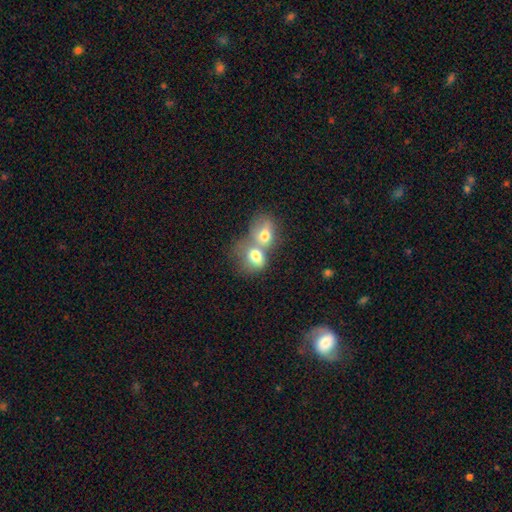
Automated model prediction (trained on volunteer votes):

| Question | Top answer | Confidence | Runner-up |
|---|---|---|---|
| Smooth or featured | smooth | 72% | featured or disk (19%) |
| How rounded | in between | 57% | round (42%) |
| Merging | merger | 72% | none (17%) |